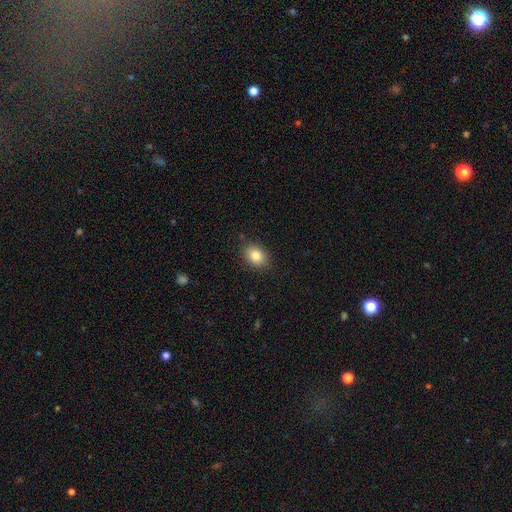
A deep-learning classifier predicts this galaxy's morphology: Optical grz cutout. It shows a smooth galaxy with no disk features (83%) that is in between round and cigar-shaped (66%). Merging: none (86%).